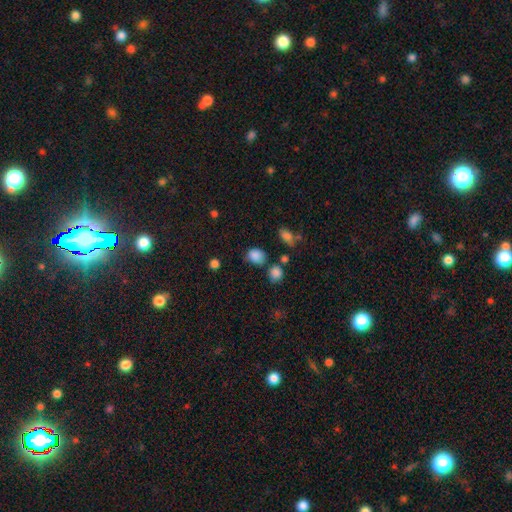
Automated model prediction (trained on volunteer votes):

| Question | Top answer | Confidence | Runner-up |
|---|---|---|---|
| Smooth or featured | smooth | 83% | star or artifact (12%) |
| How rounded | round | 51% | in between (48%) |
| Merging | none | 65% | minor disturbance (21%) |